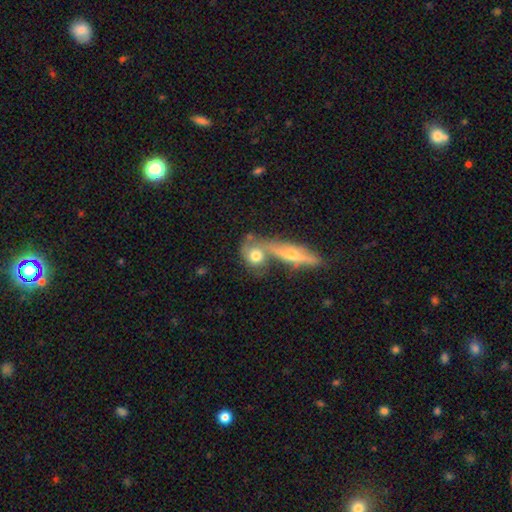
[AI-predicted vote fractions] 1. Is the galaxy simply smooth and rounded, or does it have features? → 57% smooth, 34% featured or disk, 9% star or artifact.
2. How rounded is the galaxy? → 56% round, 33% in between, 11% cigar-shaped.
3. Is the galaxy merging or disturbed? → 44% merger, 38% none, 11% minor disturbance, 7% major disturbance.